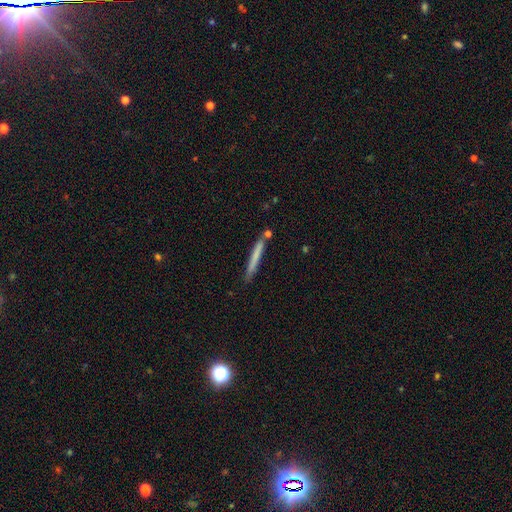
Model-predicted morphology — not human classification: Smooth or featured? smooth (66%)
How rounded? cigar-shaped (97%)
Merging? none (81%)